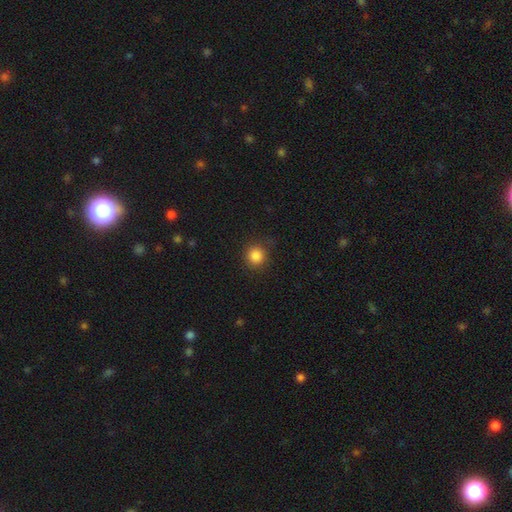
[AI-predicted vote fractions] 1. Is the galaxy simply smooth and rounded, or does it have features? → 85% smooth, 11% star or artifact, 4% featured or disk.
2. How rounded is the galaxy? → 92% round, 7% in between, 1% cigar-shaped.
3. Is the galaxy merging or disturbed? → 86% none, 10% minor disturbance, 3% major disturbance, 1% merger.